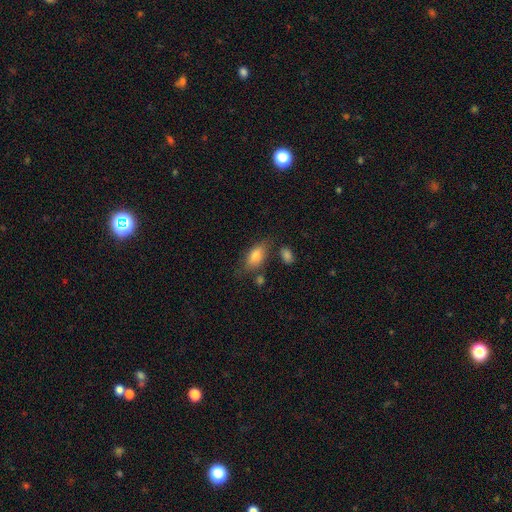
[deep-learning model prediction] This appears to be a smooth galaxy with no disk features (77%) that is in between round and cigar-shaped (87%). Merging: none (64%).